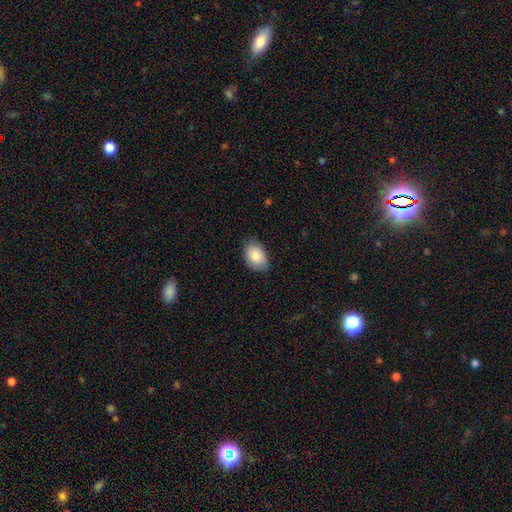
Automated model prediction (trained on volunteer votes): A smooth galaxy with no disk features (86%) that is in between round and cigar-shaped (87%). Merging: none (82%).